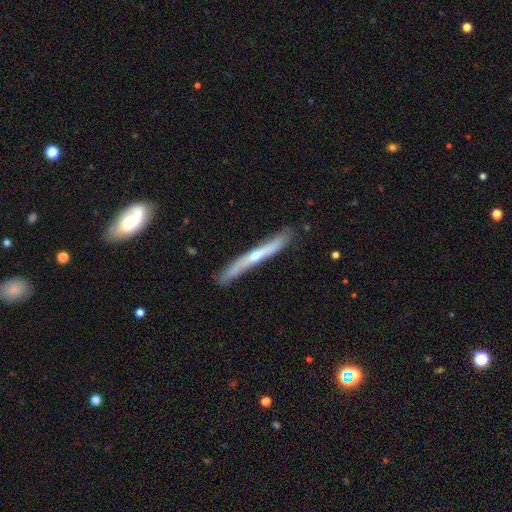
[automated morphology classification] type=featured or disk (70%); edge-on=yes (91%); edge-on bulge=rounded (75%); merging=none (84%).